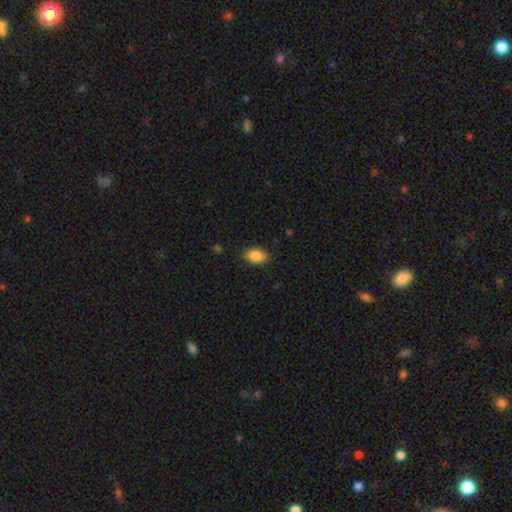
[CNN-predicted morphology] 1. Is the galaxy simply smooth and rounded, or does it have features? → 88% smooth, 8% star or artifact, 5% featured or disk.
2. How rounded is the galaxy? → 88% in between, 11% round, 1% cigar-shaped.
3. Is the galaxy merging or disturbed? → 85% none, 11% minor disturbance, 3% major disturbance, 1% merger.